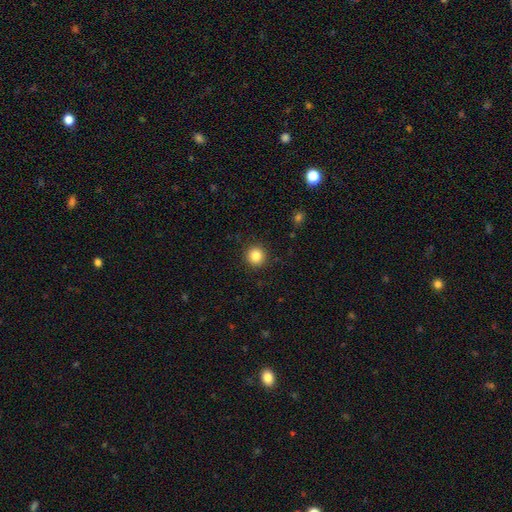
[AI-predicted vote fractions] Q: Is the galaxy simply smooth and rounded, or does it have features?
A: smooth — 85%.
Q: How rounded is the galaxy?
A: round — 94%.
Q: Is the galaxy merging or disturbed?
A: none — 92%.